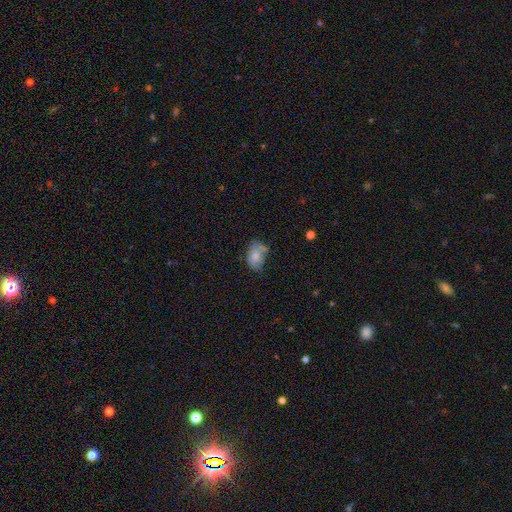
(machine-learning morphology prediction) type=smooth (68%); roundness=in between (84%); merging=none (42%).